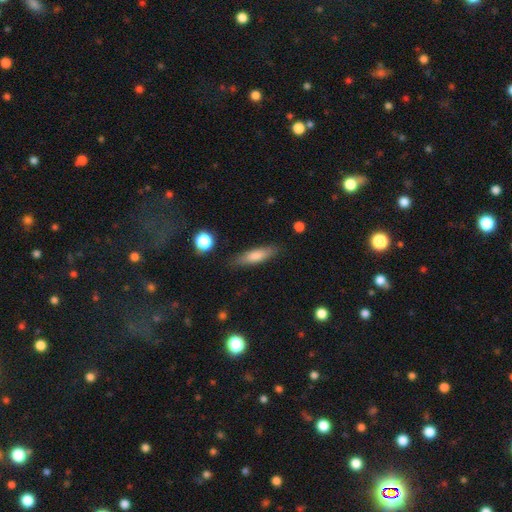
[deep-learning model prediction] Smooth or featured?
  - smooth: 73% *
  - featured or disk: 20%
  - star or artifact: 7%
How rounded?
  - cigar-shaped: 66% *
  - in between: 31%
  - round: 2%
Merging?
  - none: 84% *
  - minor disturbance: 12%
  - major disturbance: 3%
  - merger: 2%